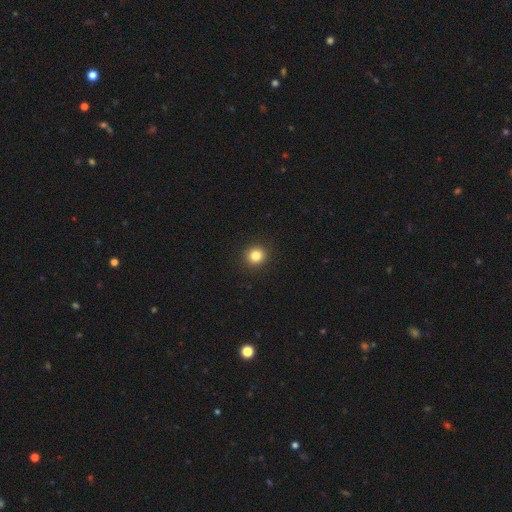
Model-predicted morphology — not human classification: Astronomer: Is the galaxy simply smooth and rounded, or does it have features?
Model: smooth — 83%.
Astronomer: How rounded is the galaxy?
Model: round — 91%.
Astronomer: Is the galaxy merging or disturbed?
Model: none — 93%.